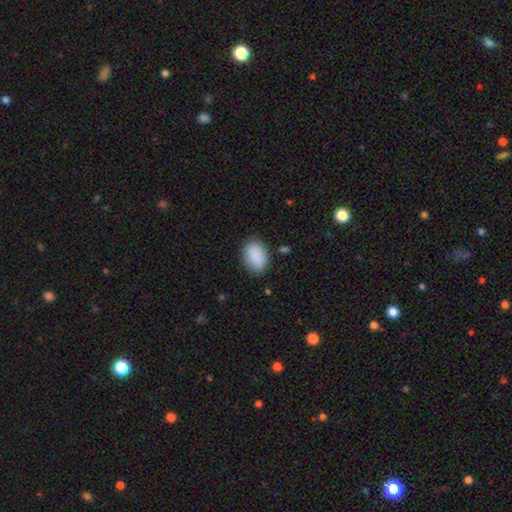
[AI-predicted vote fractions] Smooth or featured?
  - smooth: 89% *
  - star or artifact: 7%
  - featured or disk: 4%
How rounded?
  - in between: 82% *
  - round: 17%
  - cigar-shaped: 1%
Merging?
  - none: 82% *
  - minor disturbance: 13%
  - major disturbance: 3%
  - merger: 2%